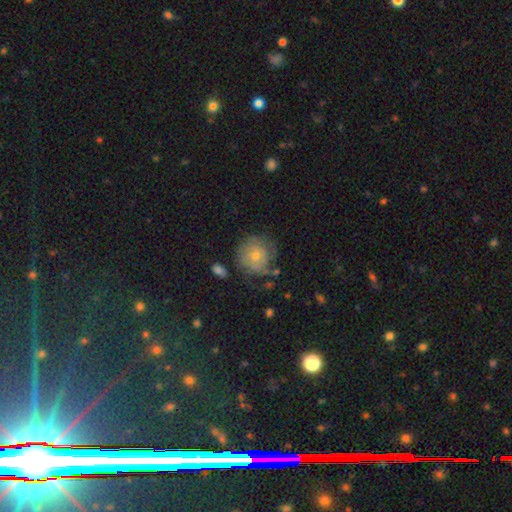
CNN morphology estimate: Smooth or featured? Predicted: featured or disk (p=0.48). Merging? Predicted: none (p=0.64).